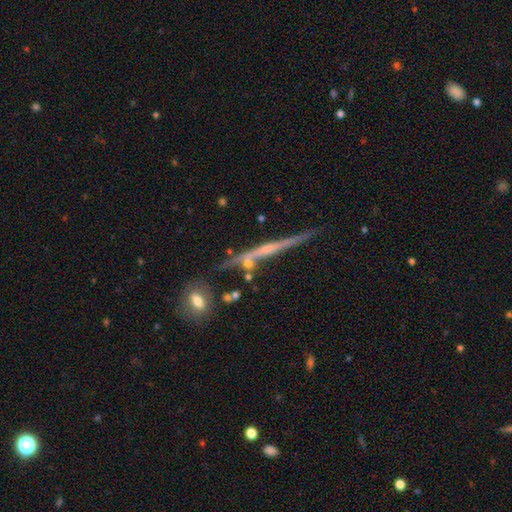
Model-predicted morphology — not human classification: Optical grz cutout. It shows a featured or disk galaxy (73%) viewed edge-on (94%) with no central bulge (52%). Merging: none (64%).